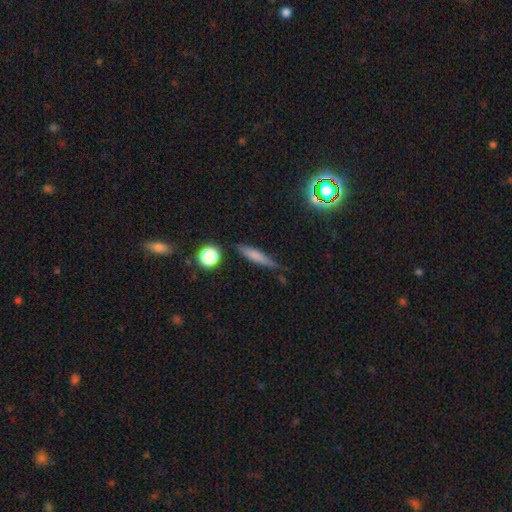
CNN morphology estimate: smooth_or_featured: smooth (p=0.67) [alt: featured or disk p=0.24]
how_rounded: cigar-shaped (p=0.84) [alt: in between p=0.13]
merging: none (p=0.75) [alt: minor disturbance p=0.18]